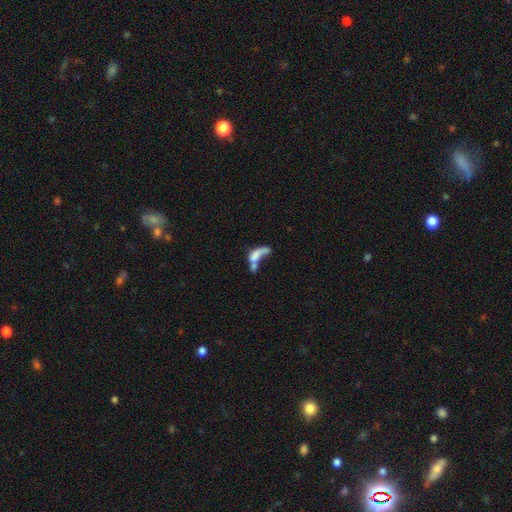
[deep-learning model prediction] smooth-or-featured: smooth: 51% | featured or disk: 37% | star or artifact: 12%
  how-rounded: in between: 66% | cigar-shaped: 25% | round: 9%
  merging: merger: 52% | major disturbance: 26% | none: 14% | minor disturbance: 8%